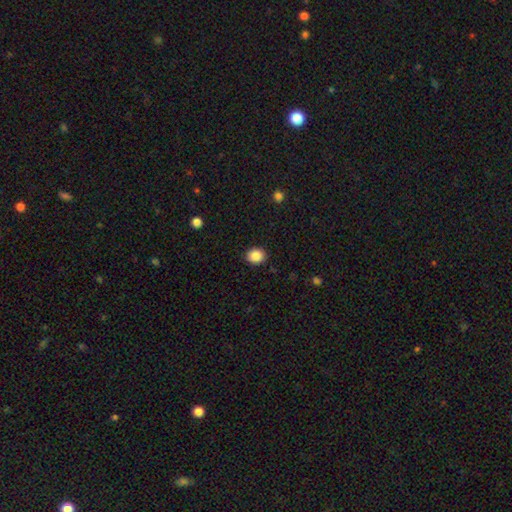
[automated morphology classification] This is clearly a smooth galaxy (87%). How rounded: likely round (70%). Merging: clearly none (89%).